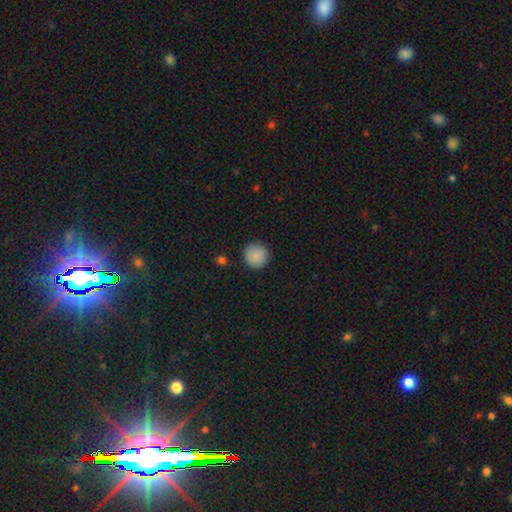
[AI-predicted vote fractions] smooth 88%, star or artifact 8%, featured or disk 4%. Down the decision tree: how rounded — round (95%); merging — none (89%).